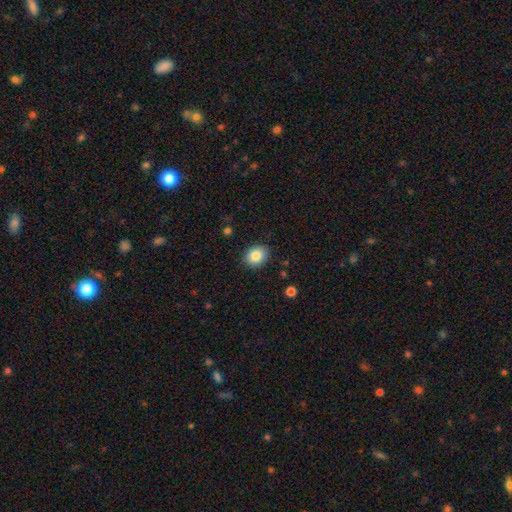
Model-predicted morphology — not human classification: This is clearly a smooth galaxy (85%). How rounded: possibly round (54%). Merging: clearly none (87%).